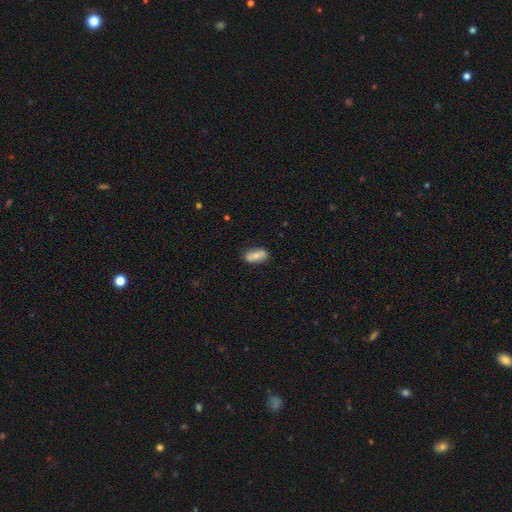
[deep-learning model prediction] smooth_or_featured: smooth (p=0.69) [alt: featured or disk p=0.24]
how_rounded: in between (p=0.84) [alt: cigar-shaped p=0.12]
merging: none (p=0.81) [alt: minor disturbance p=0.13]